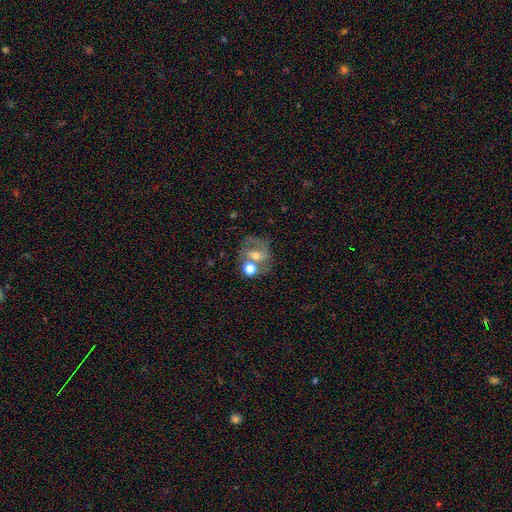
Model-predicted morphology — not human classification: Smooth or featured? featured or disk (61%)
Edge-on disk? no (97%)
Bar? no (41%)
Spiral arms? yes (75%)
Bulge size? moderate (58%)
Merging? none (45%)